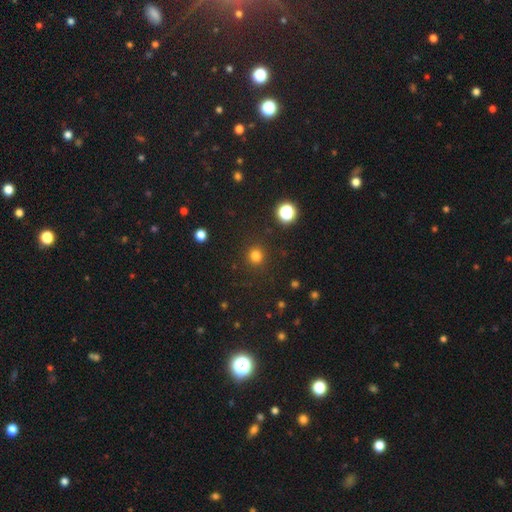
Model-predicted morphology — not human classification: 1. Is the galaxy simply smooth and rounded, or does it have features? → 79% smooth, 17% star or artifact, 4% featured or disk.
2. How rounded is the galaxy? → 94% round, 5% in between, 1% cigar-shaped.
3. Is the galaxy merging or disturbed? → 90% none, 6% minor disturbance, 3% major disturbance, 1% merger.